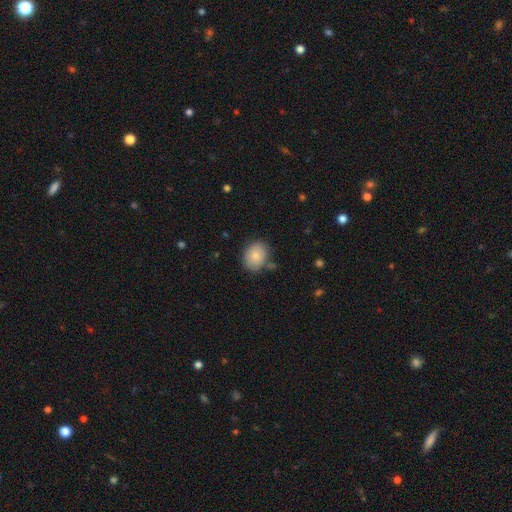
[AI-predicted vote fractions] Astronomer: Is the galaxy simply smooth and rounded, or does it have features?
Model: smooth — 83%.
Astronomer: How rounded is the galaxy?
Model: round — 50% (runner-up: in between, 49%).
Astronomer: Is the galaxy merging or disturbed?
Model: none — 76%.